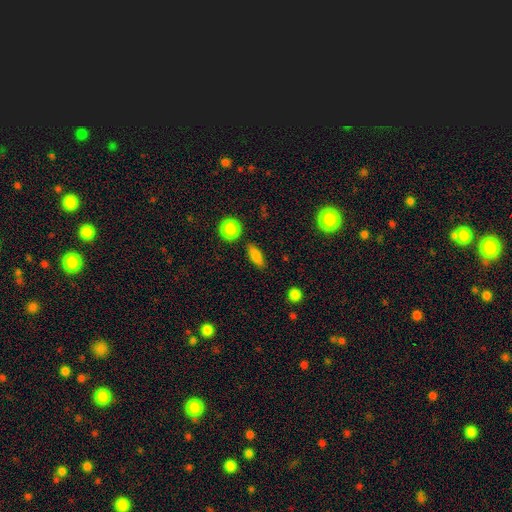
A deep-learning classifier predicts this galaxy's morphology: smooth 83%, star or artifact 9%, featured or disk 8%. Down the decision tree: how rounded — in between (67%); merging — none (85%).